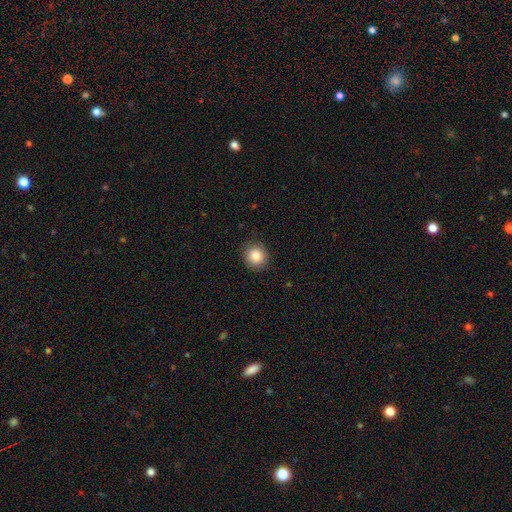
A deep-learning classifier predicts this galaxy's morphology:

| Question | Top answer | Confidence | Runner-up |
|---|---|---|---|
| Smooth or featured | smooth | 85% | star or artifact (9%) |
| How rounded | round | 89% | in between (10%) |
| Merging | none | 89% | minor disturbance (7%) |